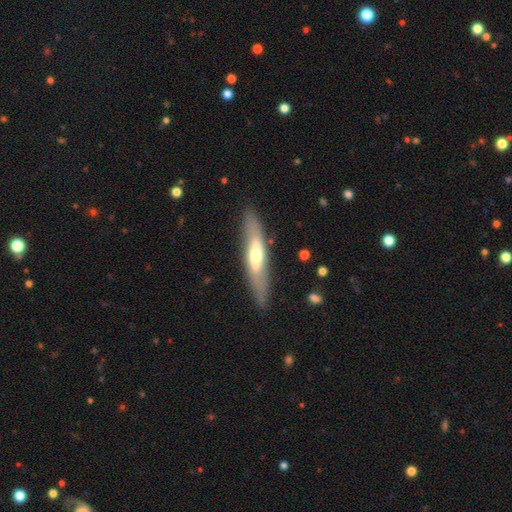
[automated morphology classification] Smooth or featured? featured or disk (49%)
Merging? none (83%)